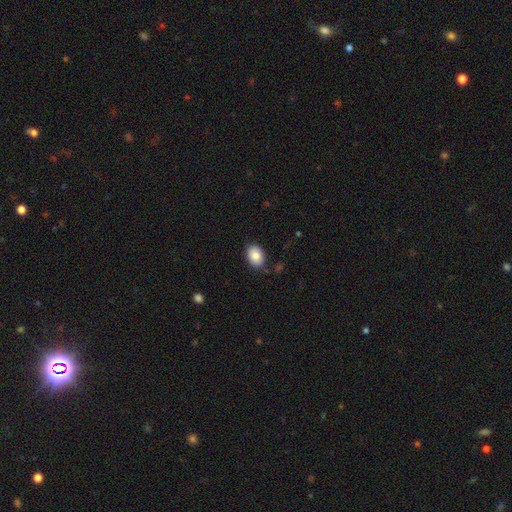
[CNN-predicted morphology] smooth-or-featured: smooth: 83% | featured or disk: 9% | star or artifact: 8%
  how-rounded: in between: 74% | round: 25% | cigar-shaped: 1%
  merging: none: 81% | minor disturbance: 14% | major disturbance: 3% | merger: 2%